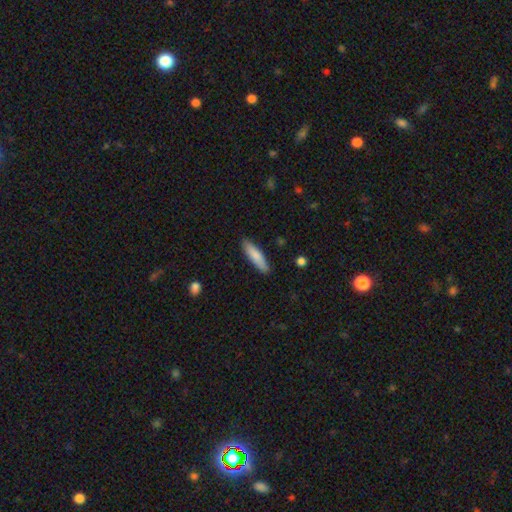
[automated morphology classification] Smooth or featured: smooth — 82% (featured or disk — 12%)
How rounded: cigar-shaped — 73% (in between — 26%)
Merging: none — 88% (minor disturbance — 9%)